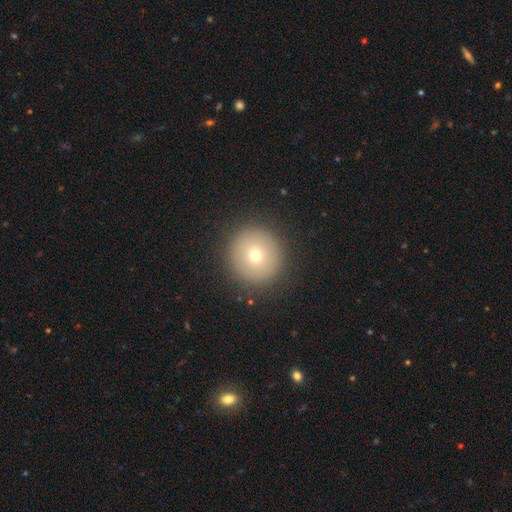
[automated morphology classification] type=smooth (68%); roundness=round (95%); merging=none (90%).